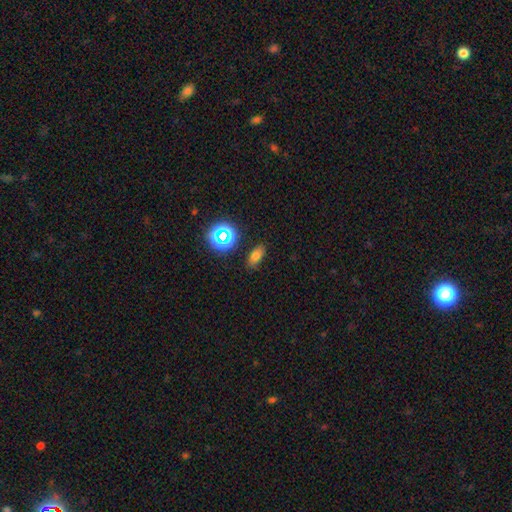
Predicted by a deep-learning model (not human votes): smooth 70%, star or artifact 20%, featured or disk 10%. Down the decision tree: how rounded — in between (80%); merging — none (85%).